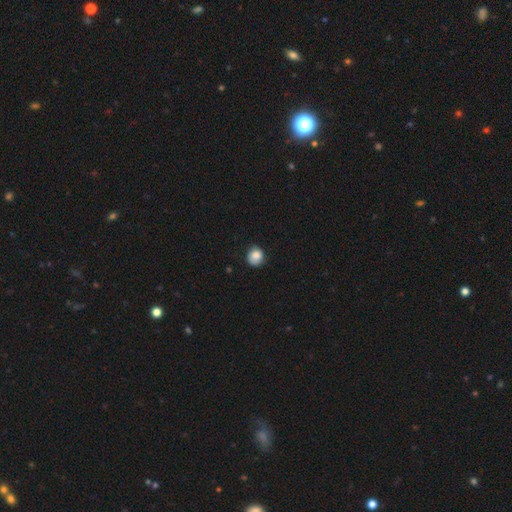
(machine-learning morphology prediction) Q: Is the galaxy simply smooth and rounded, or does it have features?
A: smooth — 83%.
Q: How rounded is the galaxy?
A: round — 82%.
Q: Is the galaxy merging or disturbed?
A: none — 75%.